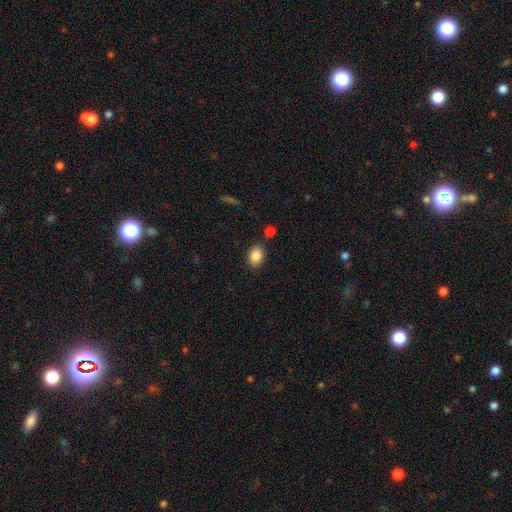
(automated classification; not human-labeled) A smooth galaxy with no disk features (88%) that is in between round and cigar-shaped (78%).

Vote fractions:
- Smooth or featured? smooth: 88% / star or artifact: 8% / featured or disk: 4%
- How rounded? in between: 78% / round: 21% / cigar-shaped: 1%
- Merging? none: 80% / minor disturbance: 11% / merger: 5% / major disturbance: 3%